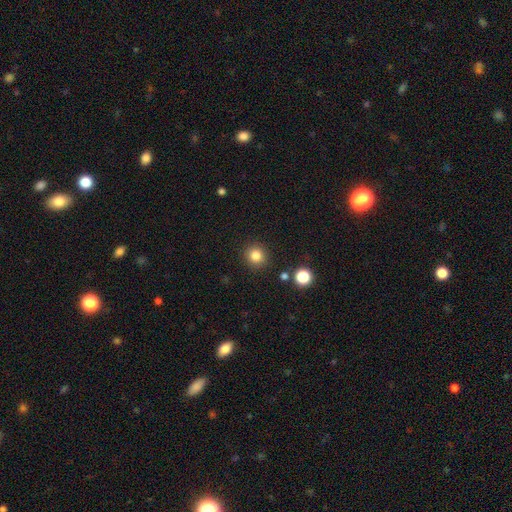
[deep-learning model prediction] Overall: smooth (83%). How rounded: round (91%). Merging: none (90%).